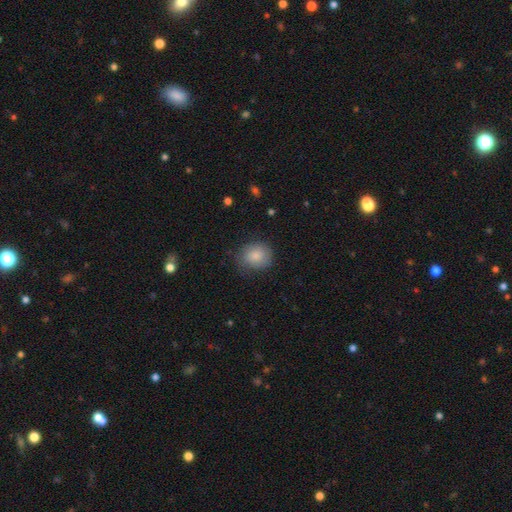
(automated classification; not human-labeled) Q: Smooth or featured?
A: smooth (84%); runner-up: featured or disk (9%)
Q: How rounded?
A: round (71%); runner-up: in between (28%)
Q: Merging?
A: none (73%); runner-up: minor disturbance (21%)